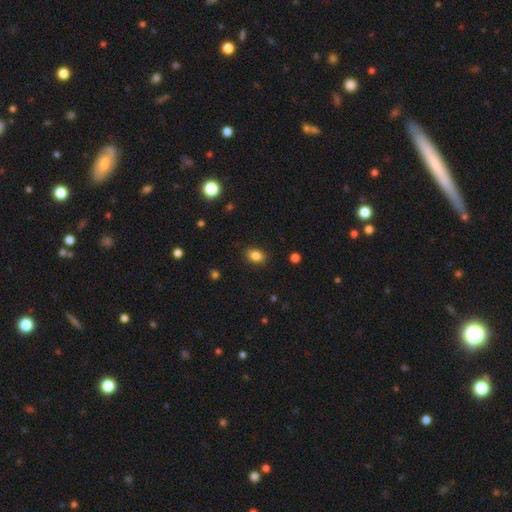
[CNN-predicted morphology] Overall: smooth (85%). How rounded: in between (79%). Merging: none (88%).